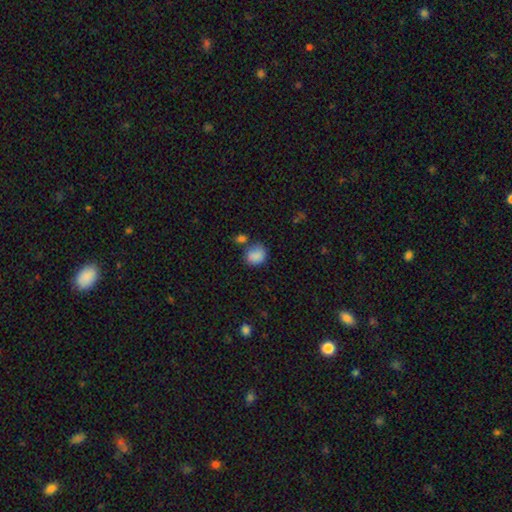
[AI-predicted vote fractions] smooth-or-featured: smooth: 85% | star or artifact: 9% | featured or disk: 6%
  how-rounded: round: 61% | in between: 38% | cigar-shaped: 1%
  merging: none: 57% | minor disturbance: 21% | merger: 15% | major disturbance: 7%